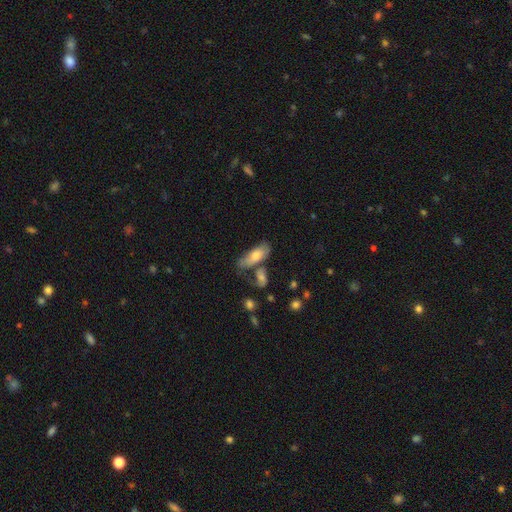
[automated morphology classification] This appears to be a smooth galaxy with no disk features (67%) that is in between round and cigar-shaped (76%). Merging: none (39%).